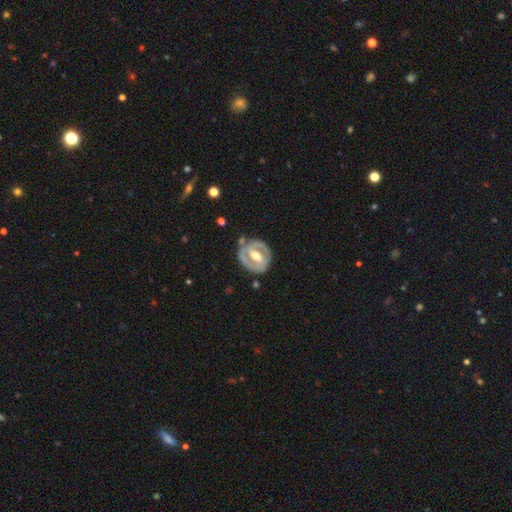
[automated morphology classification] Overall: featured or disk (78%). Edge-on disk: no (95%). Bar: strong (46%; weak 35%). Spiral arms: yes (59%; no 41%). Bulge size: moderate (74%). Merging: none (74%).